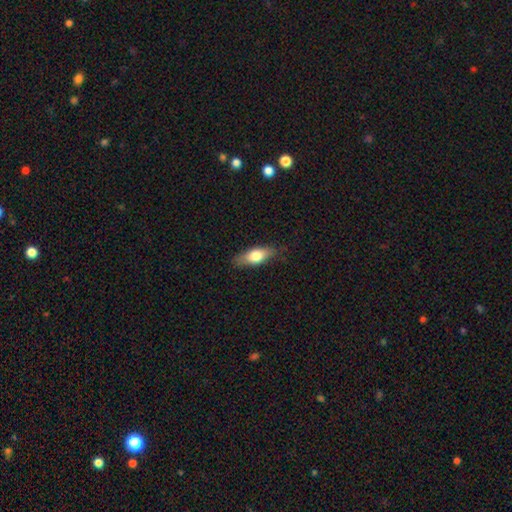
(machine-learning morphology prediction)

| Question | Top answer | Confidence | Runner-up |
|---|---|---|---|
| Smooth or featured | smooth | 70% | featured or disk (23%) |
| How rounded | in between | 71% | cigar-shaped (25%) |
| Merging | none | 80% | minor disturbance (16%) |